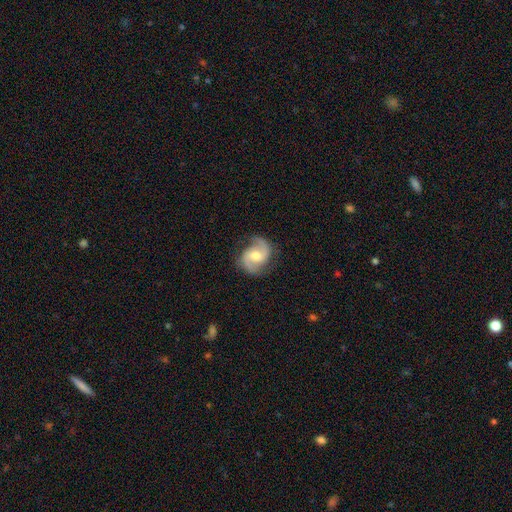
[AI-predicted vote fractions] Smooth or featured: featured or disk — 87% (smooth — 8%)
Edge-on disk: no — 98% (yes — 2%)
Bar: weak — 46% (no — 43%)
Spiral arms: yes — 97% (no — 3%)
Spiral winding: medium — 56% (loose — 25%)
Spiral arm count: 2 — 93% (can't tell — 2%)
Bulge size: moderate — 69% (small — 23%)
Merging: none — 80% (minor disturbance — 14%)